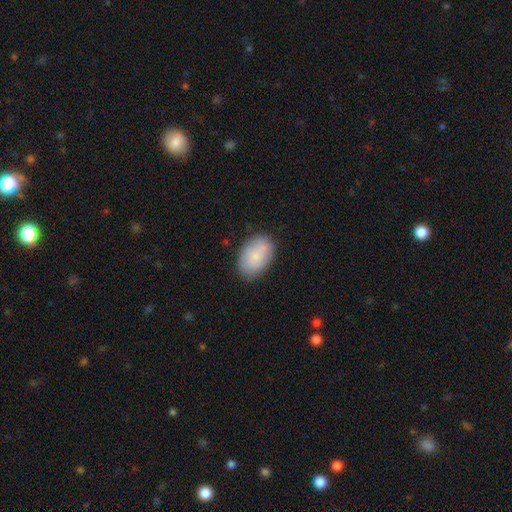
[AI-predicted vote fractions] Smooth or featured?
  - smooth: 73% *
  - featured or disk: 20%
  - star or artifact: 7%
How rounded?
  - in between: 88% *
  - round: 10%
  - cigar-shaped: 1%
Merging?
  - none: 75% *
  - minor disturbance: 18%
  - major disturbance: 4%
  - merger: 4%